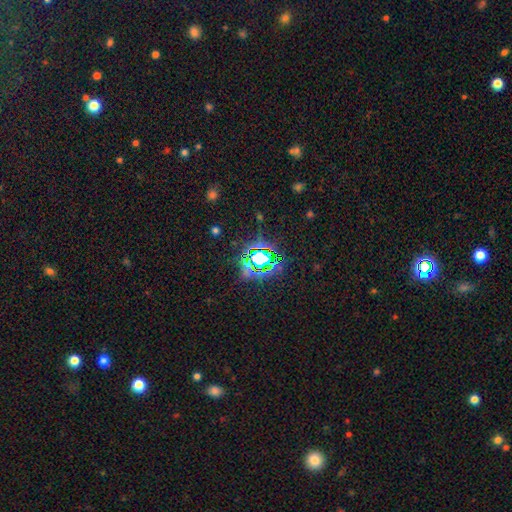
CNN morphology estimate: The model was most divided on "smooth or featured": star or artifact: 79%, smooth: 13%, featured or disk: 7%.